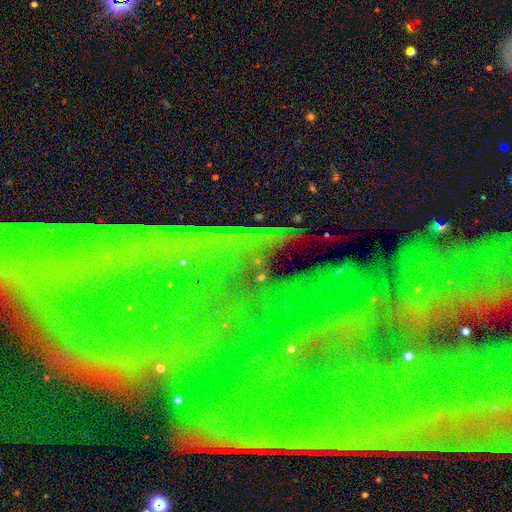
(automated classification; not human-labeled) smooth_or_featured: star or artifact (p=0.76) [alt: featured or disk p=0.14]